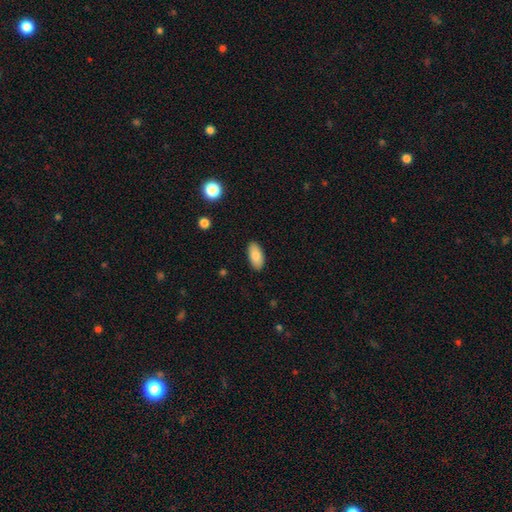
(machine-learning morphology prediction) This is clearly a smooth galaxy (83%). How rounded: clearly in between (93%). Merging: clearly none (89%).